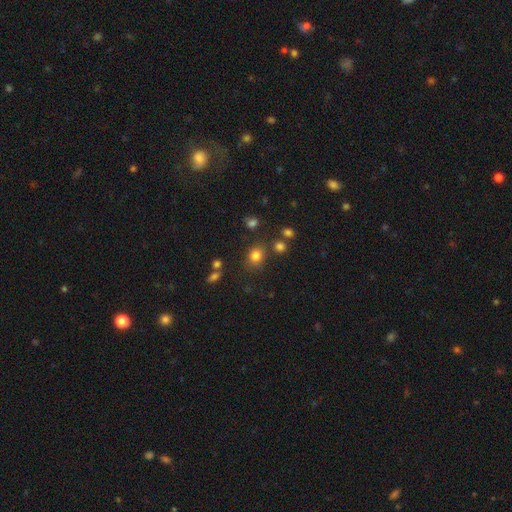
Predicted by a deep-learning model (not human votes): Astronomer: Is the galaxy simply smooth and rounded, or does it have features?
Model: smooth — 79%.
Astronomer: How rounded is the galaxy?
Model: round — 65%.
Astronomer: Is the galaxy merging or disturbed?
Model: none — 75%.